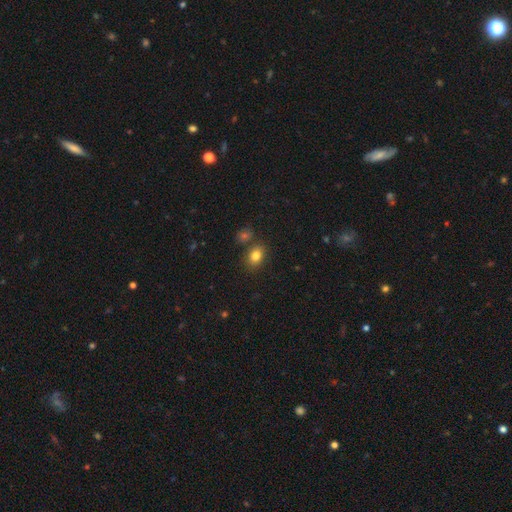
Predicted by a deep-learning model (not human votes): The model was most divided on "how rounded": in between: 69%, round: 30%, cigar-shaped: 1%. More confident: smooth or featured — smooth (82%); merging — none (75%).